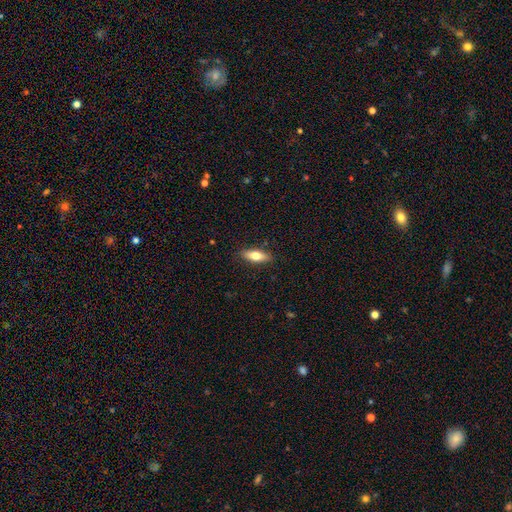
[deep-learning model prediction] smooth-or-featured: smooth: 67% | featured or disk: 27% | star or artifact: 6%
  how-rounded: in between: 64% | cigar-shaped: 33% | round: 3%
  merging: none: 89% | minor disturbance: 9% | major disturbance: 2% | merger: 1%